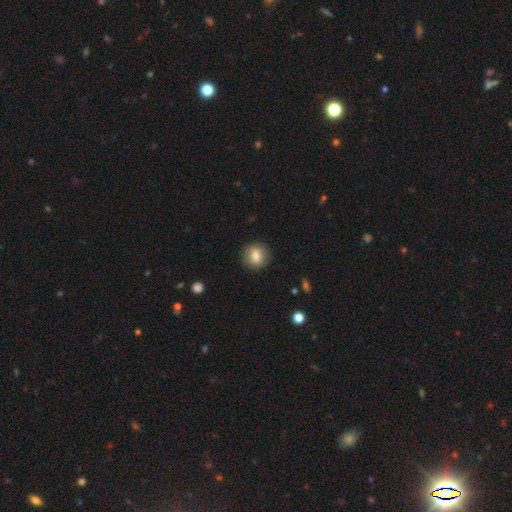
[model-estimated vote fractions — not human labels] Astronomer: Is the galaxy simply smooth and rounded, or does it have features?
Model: smooth — 80%.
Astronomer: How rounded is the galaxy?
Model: round — 87%.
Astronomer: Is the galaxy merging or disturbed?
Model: none — 89%.